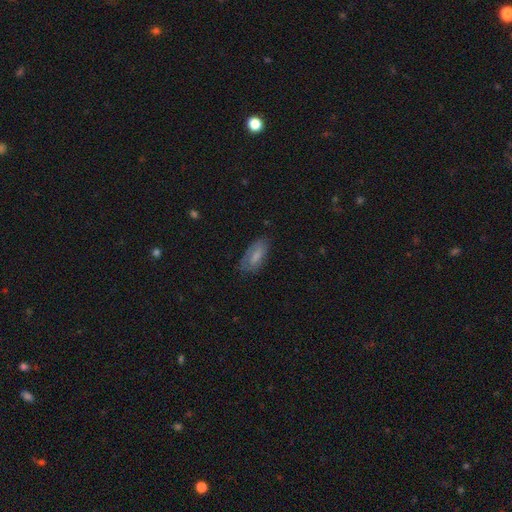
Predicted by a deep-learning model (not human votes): Smooth or featured? Predicted: smooth (p=0.71). How rounded? Predicted: in between (p=0.83). Merging? Predicted: none (p=0.68).